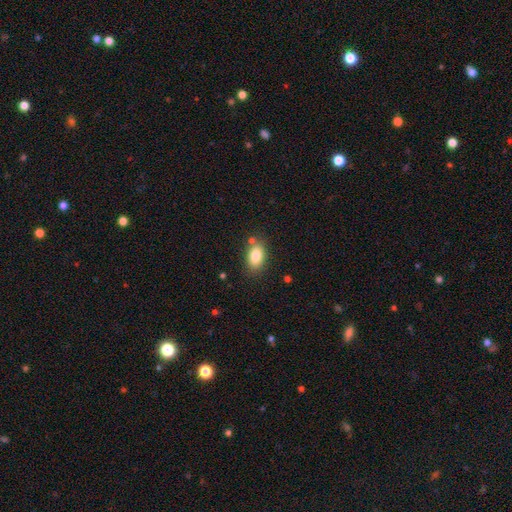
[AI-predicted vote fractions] This is clearly a smooth galaxy (83%). How rounded: clearly in between (88%). Merging: likely none (77%).